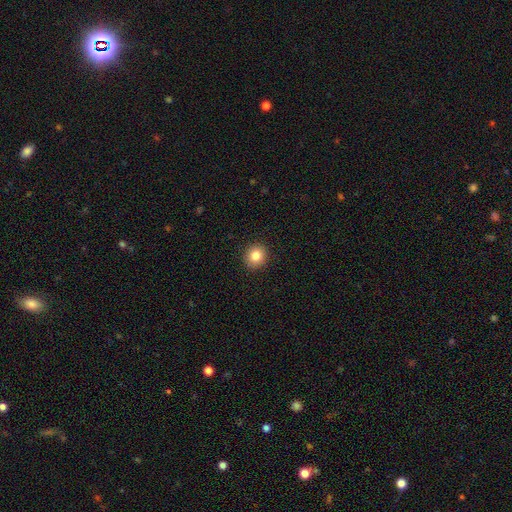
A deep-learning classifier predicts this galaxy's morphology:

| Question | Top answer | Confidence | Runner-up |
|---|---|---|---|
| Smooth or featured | smooth | 84% | star or artifact (10%) |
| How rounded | round | 84% | in between (15%) |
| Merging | none | 92% | minor disturbance (6%) |